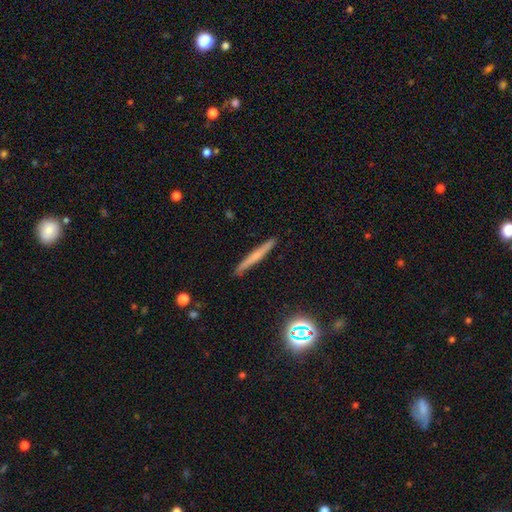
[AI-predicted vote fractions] A smooth galaxy with no disk features (49%). Merging: none (90%).